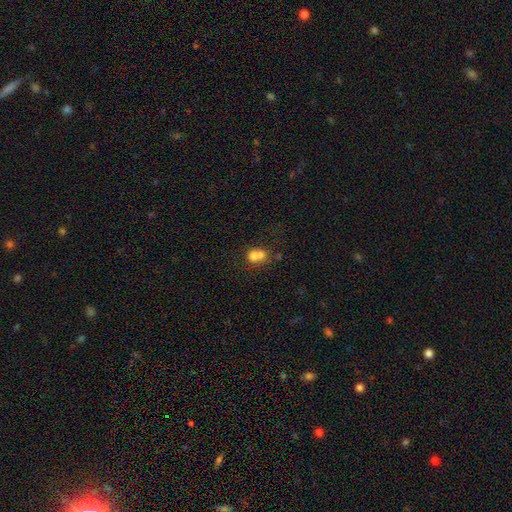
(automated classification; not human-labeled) smooth_or_featured: smooth (p=0.68) [alt: featured or disk p=0.20]
how_rounded: round (p=0.71) [alt: in between p=0.28]
merging: merger (p=0.63) [alt: none p=0.27]